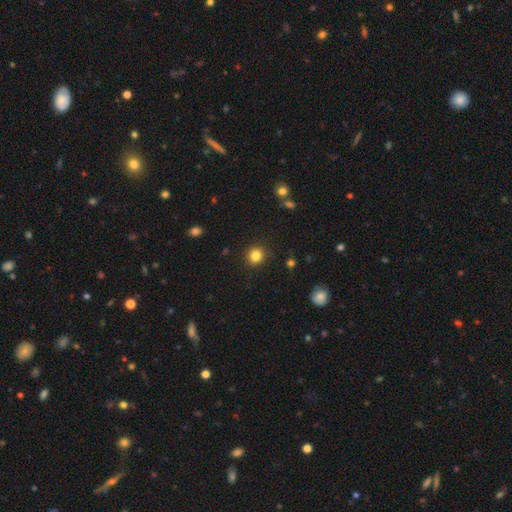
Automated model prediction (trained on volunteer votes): This is clearly a smooth galaxy (84%). How rounded: clearly round (89%). Merging: clearly none (90%).